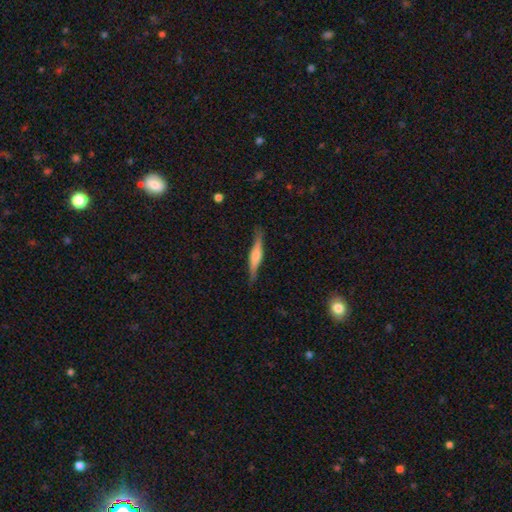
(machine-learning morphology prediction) A featured or disk galaxy (56%) viewed edge-on (96%) with a rounded central bulge (64%).

Vote fractions:
- Smooth or featured? featured or disk: 56% / smooth: 38% / star or artifact: 6%
- Edge-on disk? yes: 96% / no: 4%
- Edge-on bulge? rounded: 64% / boxy: 26% / none: 9%
- Merging? none: 86% / minor disturbance: 11% / major disturbance: 2% / merger: 1%